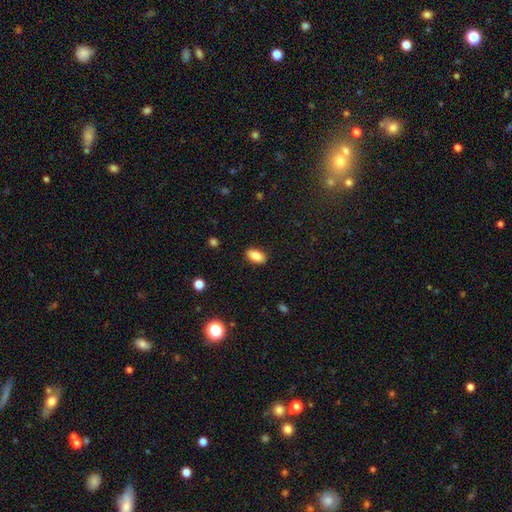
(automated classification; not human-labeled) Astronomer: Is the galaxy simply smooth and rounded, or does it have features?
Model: smooth — 84%.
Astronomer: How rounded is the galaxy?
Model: in between — 91%.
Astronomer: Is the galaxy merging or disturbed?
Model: none — 88%.